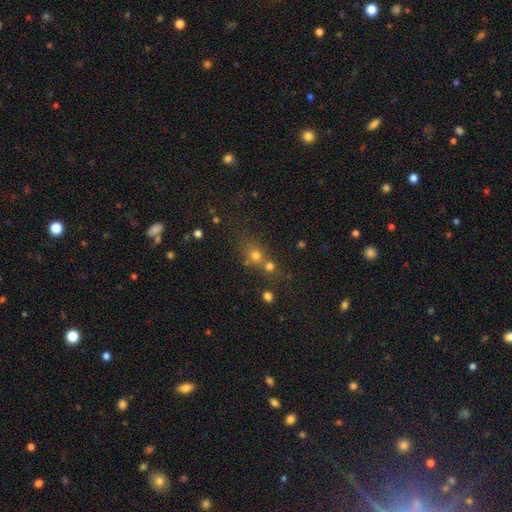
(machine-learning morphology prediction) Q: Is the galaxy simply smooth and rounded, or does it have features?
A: smooth — 59%.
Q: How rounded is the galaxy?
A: round — 75%.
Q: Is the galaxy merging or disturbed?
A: none — 45%.